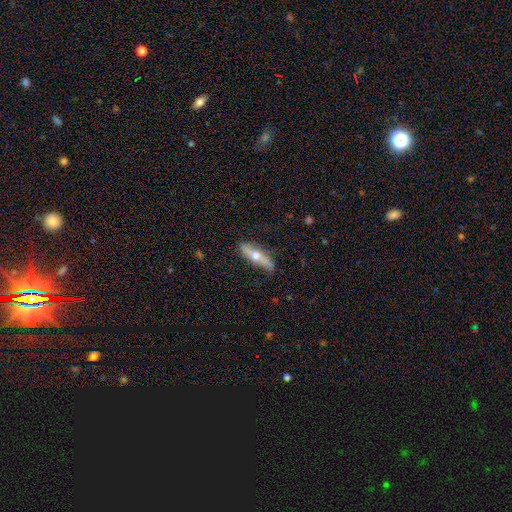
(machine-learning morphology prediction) smooth_or_featured: featured or disk (p=0.57) [alt: smooth p=0.37]
disk_edge_on: yes (p=0.75) [alt: no p=0.25]
merging: none (p=0.81) [alt: minor disturbance p=0.15]